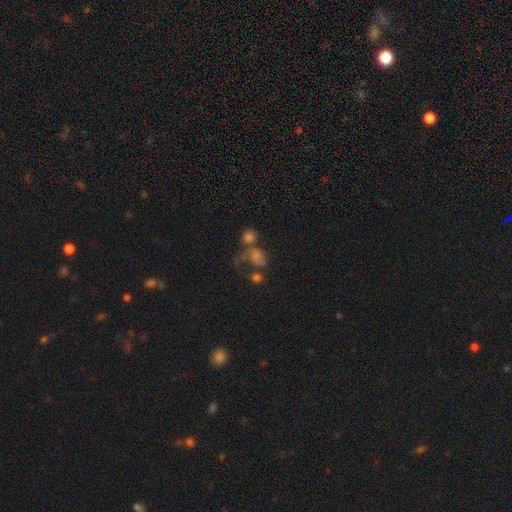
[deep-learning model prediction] Overall: smooth (39%; star or artifact 36%). Merging: merger (34%, tied with none).